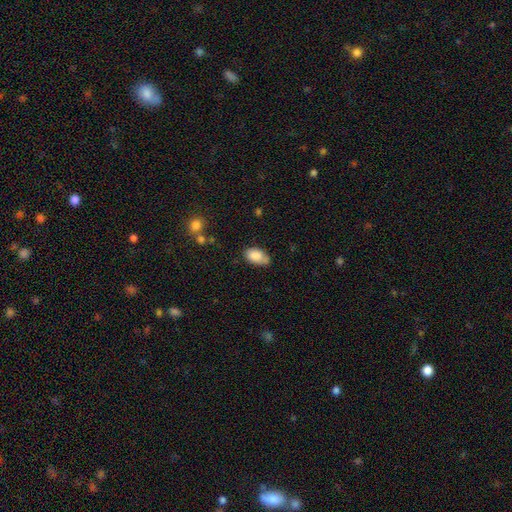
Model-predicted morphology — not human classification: smooth_or_featured: smooth (p=0.84) [alt: featured or disk p=0.08]
how_rounded: in between (p=0.92) [alt: round p=0.06]
merging: none (p=0.61) [alt: minor disturbance p=0.27]